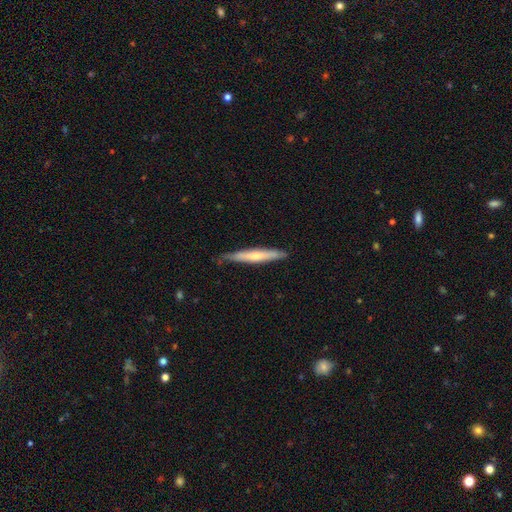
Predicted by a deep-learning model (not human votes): smooth_or_featured: smooth (p=0.52) [alt: featured or disk p=0.43]
how_rounded: cigar-shaped (p=0.94) [alt: in between p=0.04]
merging: none (p=0.76) [alt: minor disturbance p=0.20]